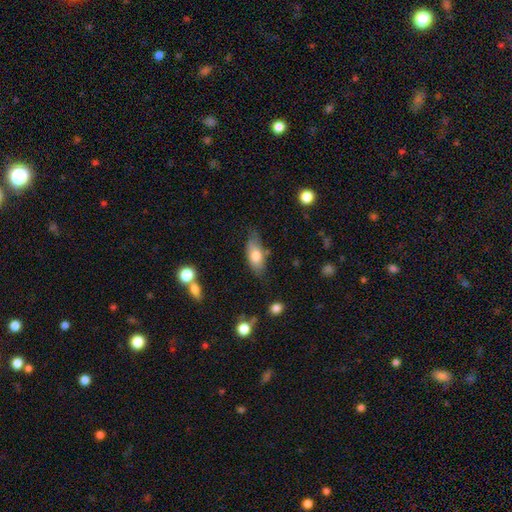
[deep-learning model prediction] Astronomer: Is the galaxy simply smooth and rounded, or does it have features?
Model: smooth — 75%.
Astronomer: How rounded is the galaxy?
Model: in between — 82%.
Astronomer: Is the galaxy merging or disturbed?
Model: none — 69%.